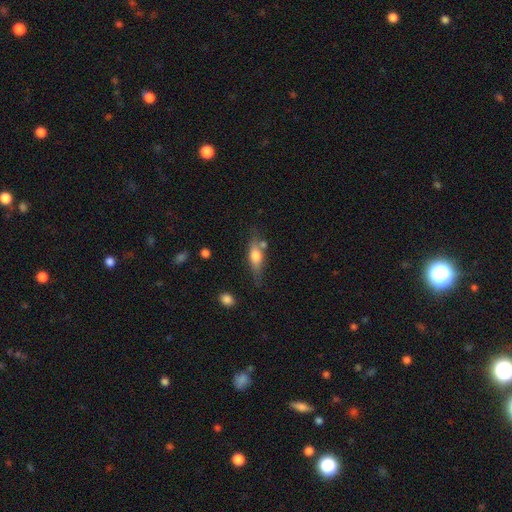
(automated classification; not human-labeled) Morphology: type=smooth (58%); roundness=in between (56%); merging=none (59%).